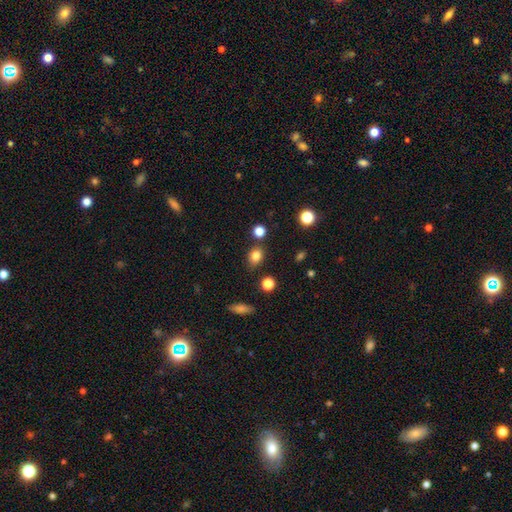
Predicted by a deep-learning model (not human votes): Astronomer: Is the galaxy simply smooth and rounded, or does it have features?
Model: smooth — 81%.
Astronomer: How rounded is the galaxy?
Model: round — 55% (runner-up: in between, 44%).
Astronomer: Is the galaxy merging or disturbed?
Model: none — 81%.